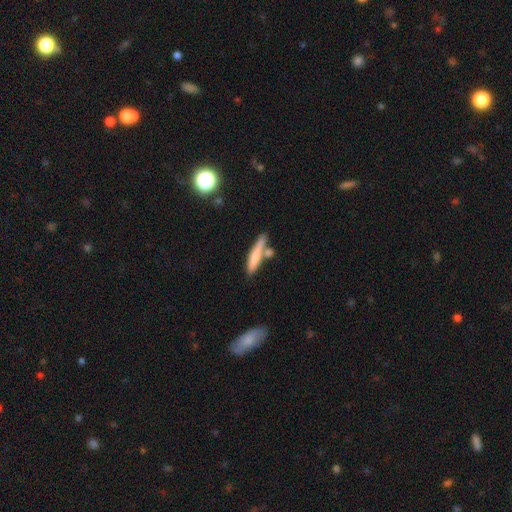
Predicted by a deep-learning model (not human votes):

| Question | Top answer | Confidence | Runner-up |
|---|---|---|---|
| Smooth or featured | smooth | 71% | featured or disk (22%) |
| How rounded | cigar-shaped | 87% | in between (10%) |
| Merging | none | 63% | merger (19%) |